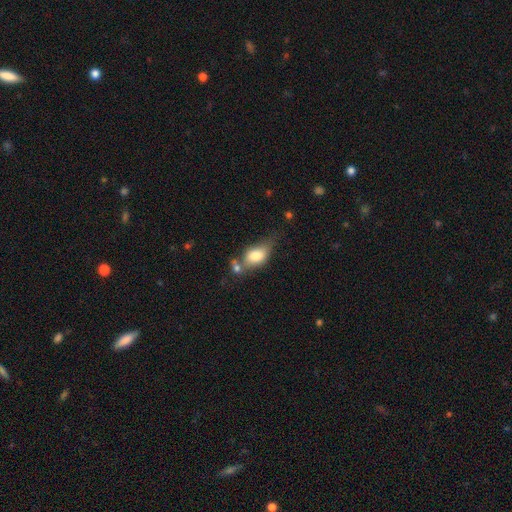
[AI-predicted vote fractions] A smooth galaxy with no disk features (73%) that is in between round and cigar-shaped (80%).

Vote fractions:
- Smooth or featured? smooth: 73% / featured or disk: 19% / star or artifact: 8%
- How rounded? in between: 80% / round: 14% / cigar-shaped: 6%
- Merging? none: 38% / merger: 25% / minor disturbance: 24% / major disturbance: 12%